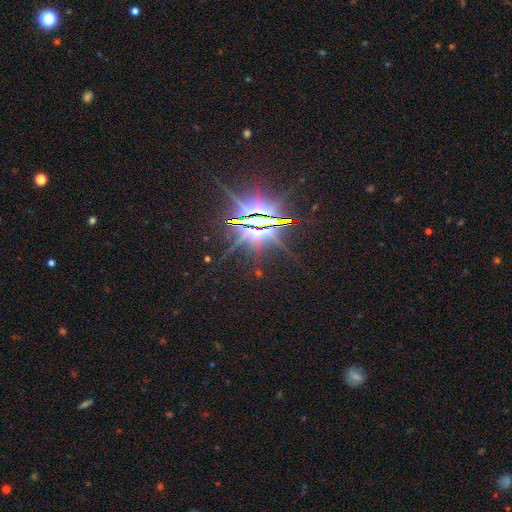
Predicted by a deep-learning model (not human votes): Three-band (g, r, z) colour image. It shows a star or artifact, not a galaxy (84%).